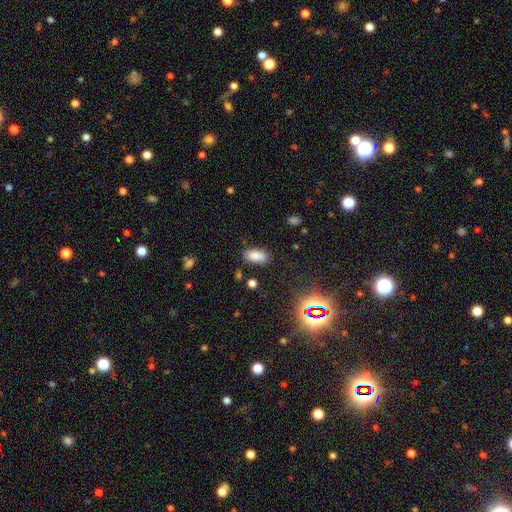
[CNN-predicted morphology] Q: Smooth or featured?
A: smooth (82%); runner-up: star or artifact (11%)
Q: How rounded?
A: in between (90%); runner-up: cigar-shaped (7%)
Q: Merging?
A: none (81%); runner-up: minor disturbance (12%)